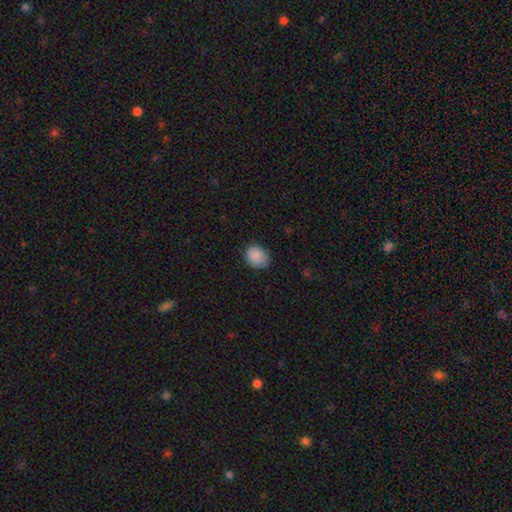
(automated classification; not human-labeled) A smooth galaxy with no disk features (88%) that is round (62%).

Vote fractions:
- Smooth or featured? smooth: 88% / star or artifact: 8% / featured or disk: 4%
- How rounded? round: 62% / in between: 37% / cigar-shaped: 1%
- Merging? none: 78% / minor disturbance: 19% / major disturbance: 3% / merger: 1%